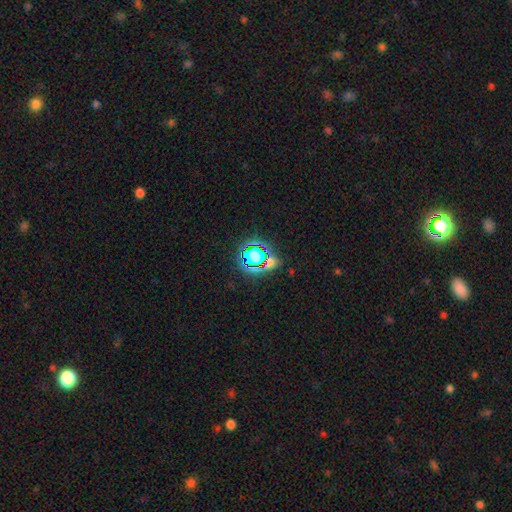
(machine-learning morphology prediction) A star or artifact, not a galaxy (57%).

Vote fractions:
- Smooth or featured? star or artifact: 57% / smooth: 31% / featured or disk: 12%